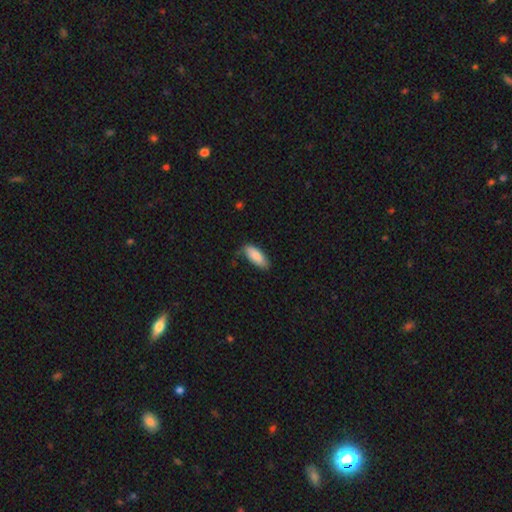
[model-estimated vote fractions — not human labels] Smooth or featured? smooth (87%)
How rounded? in between (80%)
Merging? none (71%)